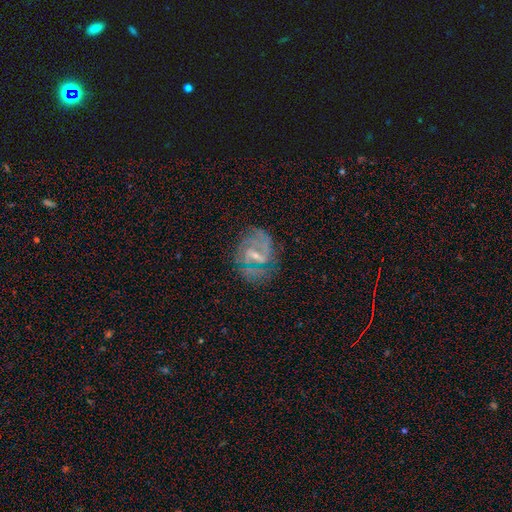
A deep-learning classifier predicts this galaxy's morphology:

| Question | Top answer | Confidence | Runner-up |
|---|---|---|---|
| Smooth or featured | featured or disk | 69% | smooth (17%) |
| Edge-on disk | no | 96% | yes (4%) |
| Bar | weak | 51% | strong (27%) |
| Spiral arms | yes | 84% | no (16%) |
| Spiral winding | medium | 44% | tight (39%) |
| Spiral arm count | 2 | 54% | can't tell (25%) |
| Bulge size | small | 51% | moderate (33%) |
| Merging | none | 70% | minor disturbance (17%) |